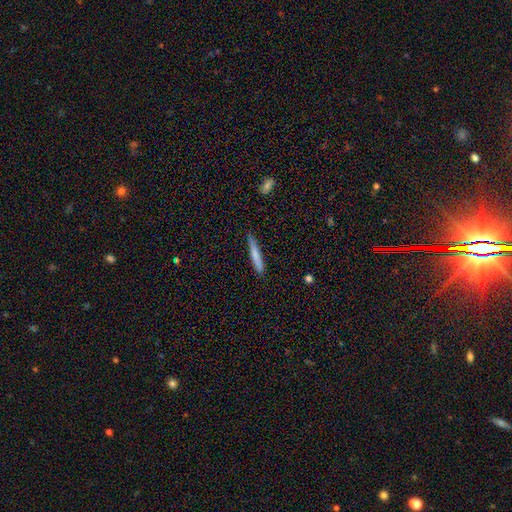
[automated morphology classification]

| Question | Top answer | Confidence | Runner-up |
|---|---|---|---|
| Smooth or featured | smooth | 72% | featured or disk (22%) |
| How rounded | cigar-shaped | 95% | in between (4%) |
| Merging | none | 84% | minor disturbance (13%) |